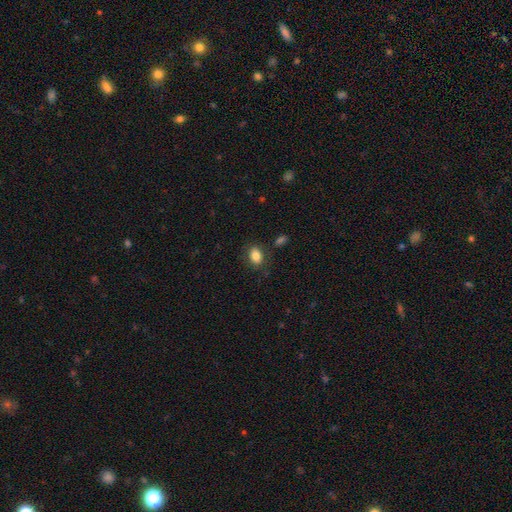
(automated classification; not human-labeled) The model was most divided on "how rounded": in between: 76%, round: 23%, cigar-shaped: 1%. More confident: smooth or featured — smooth (84%); merging — none (82%).